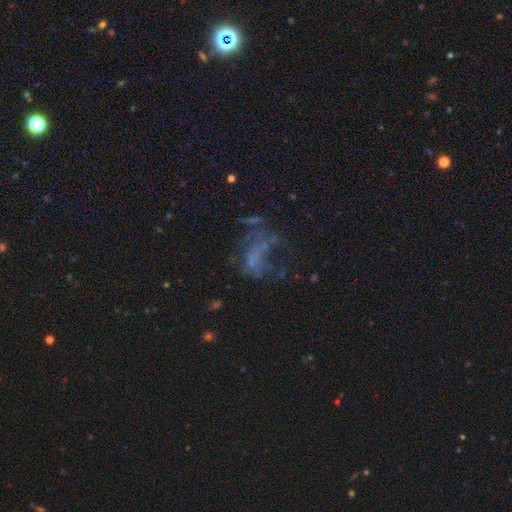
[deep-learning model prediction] Smooth or featured? Predicted: featured or disk (p=0.45). Merging? Predicted: major disturbance (p=0.45).